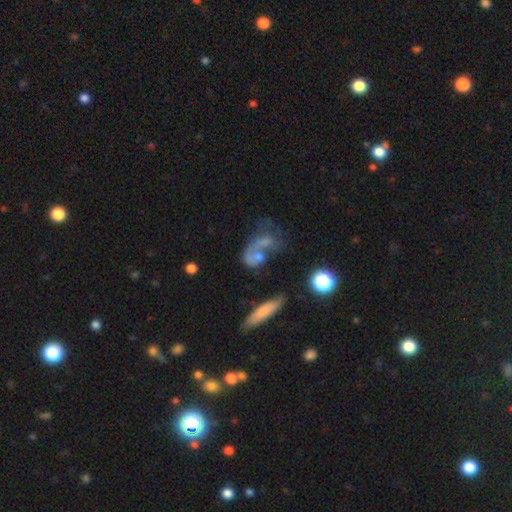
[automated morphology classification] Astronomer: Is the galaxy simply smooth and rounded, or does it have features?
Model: featured or disk — 47% (runner-up: smooth, 41%).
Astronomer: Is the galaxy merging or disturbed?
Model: merger — 39% (runner-up: major disturbance, 28%).